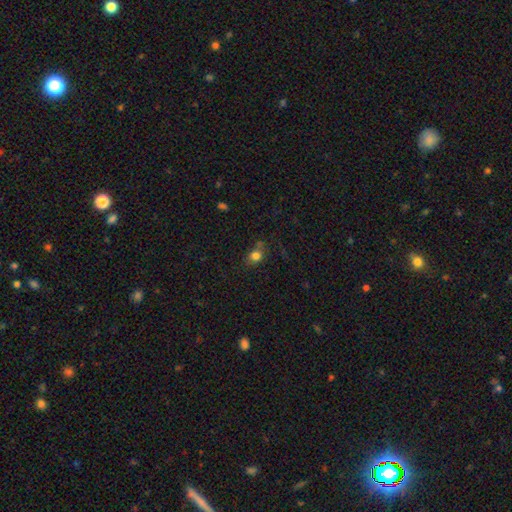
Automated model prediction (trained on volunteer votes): smooth 79%, star or artifact 14%, featured or disk 7%. Down the decision tree: how rounded — round (62%); merging — none (65%).